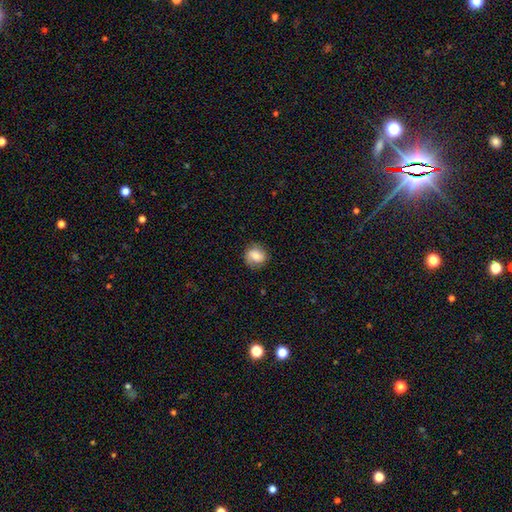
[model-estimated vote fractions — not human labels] smooth_or_featured: smooth (p=0.66) [alt: featured or disk p=0.25]
how_rounded: round (p=0.80) [alt: in between p=0.19]
merging: none (p=0.79) [alt: minor disturbance p=0.15]